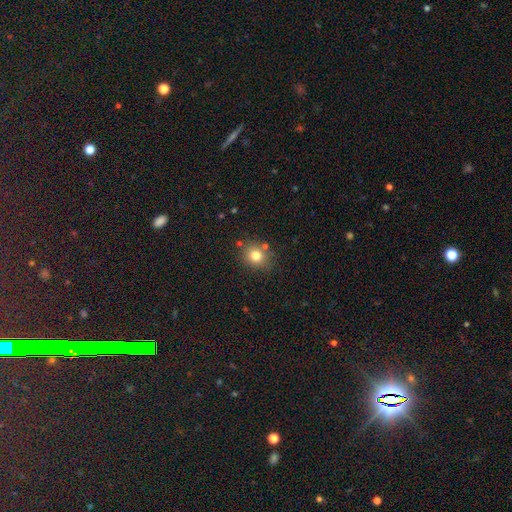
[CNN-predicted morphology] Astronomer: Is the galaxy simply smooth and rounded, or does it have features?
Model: smooth — 78%.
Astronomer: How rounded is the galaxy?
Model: round — 77%.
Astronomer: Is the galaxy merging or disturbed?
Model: none — 78%.